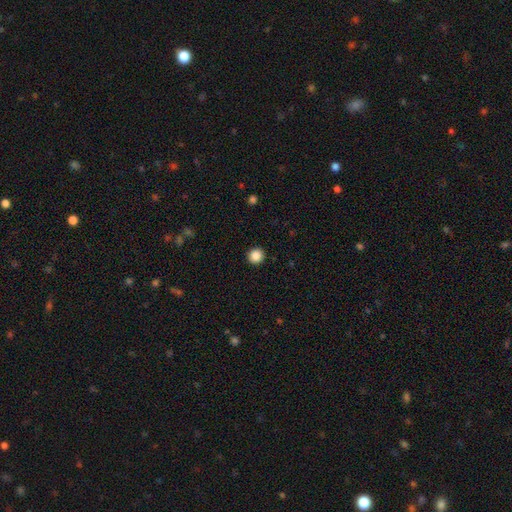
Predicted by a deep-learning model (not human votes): A smooth galaxy with no disk features (87%) that is round (95%). Merging: none (93%).